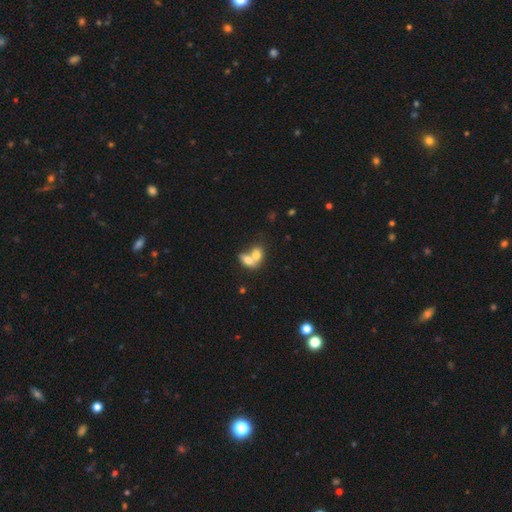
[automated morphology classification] Q: Smooth or featured?
A: smooth (71%); runner-up: featured or disk (21%)
Q: How rounded?
A: in between (71%); runner-up: round (26%)
Q: Merging?
A: merger (73%); runner-up: none (18%)